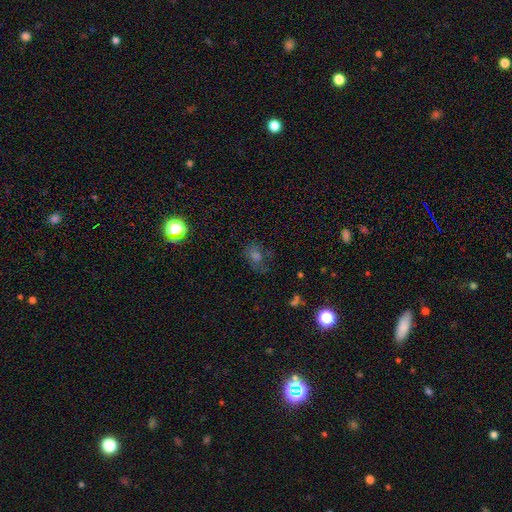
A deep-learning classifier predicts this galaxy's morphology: This is marginally a smooth galaxy (41%). Merging: likely none (62%).